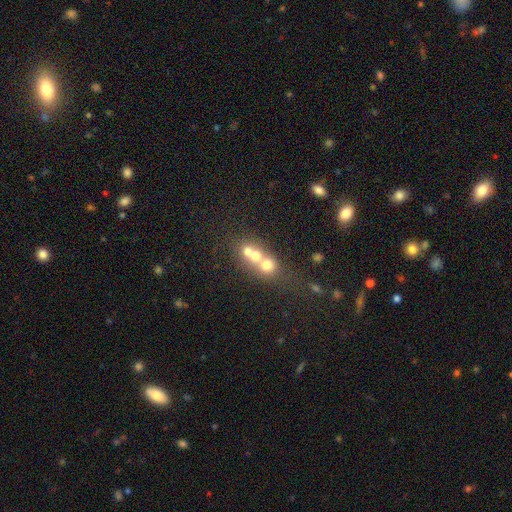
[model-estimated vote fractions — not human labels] Morphology: type=smooth (59%); roundness=round (72%); merging=merger (68%).